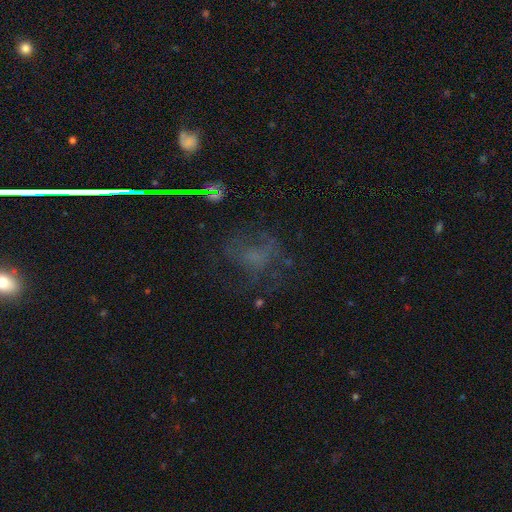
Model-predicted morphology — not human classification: type=featured or disk (41%); merging=none (55%).